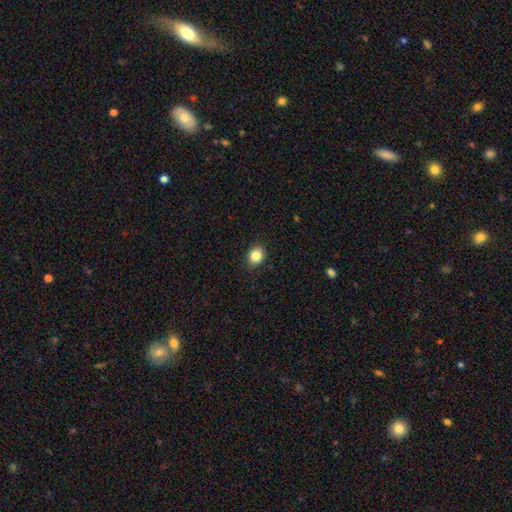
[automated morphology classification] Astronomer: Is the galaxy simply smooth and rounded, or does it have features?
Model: smooth — 84%.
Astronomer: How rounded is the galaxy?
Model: round — 60% (runner-up: in between, 40%).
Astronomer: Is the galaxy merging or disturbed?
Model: none — 89%.